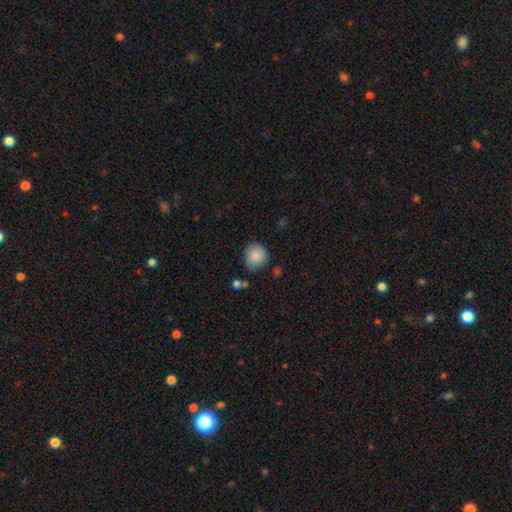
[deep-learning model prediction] A smooth galaxy with no disk features (85%) that is round (85%).

Vote fractions:
- Smooth or featured? smooth: 85% / star or artifact: 8% / featured or disk: 6%
- How rounded? round: 85% / in between: 14% / cigar-shaped: 1%
- Merging? none: 77% / minor disturbance: 16% / merger: 4% / major disturbance: 3%